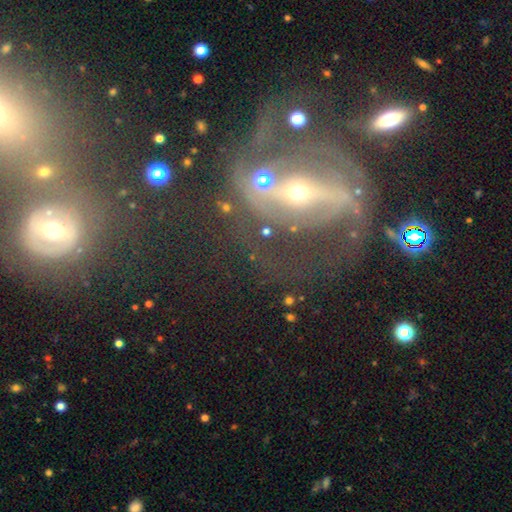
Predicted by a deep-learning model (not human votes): featured or disk 77%, star or artifact 12%, smooth 10%. Down the decision tree: edge-on disk — no (92%); bar — strong (55%); spiral arms — yes (79%); spiral arm count — 2 (73%); spiral winding — medium (43%); bulge size — small (50%); merging — none (44%).